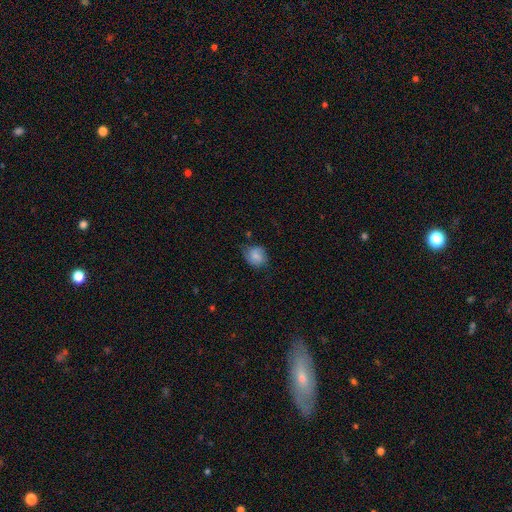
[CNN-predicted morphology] smooth_or_featured: smooth (p=0.74) [alt: featured or disk p=0.17]
how_rounded: round (p=0.65) [alt: in between p=0.34]
merging: none (p=0.65) [alt: minor disturbance p=0.27]